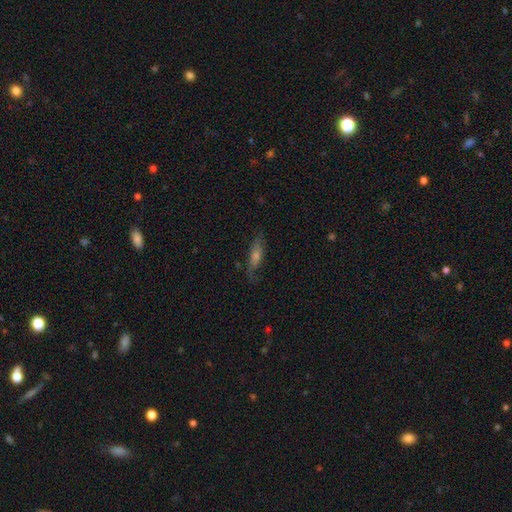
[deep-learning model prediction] This is possibly a featured or disk galaxy (47%). Merging: likely none (73%).